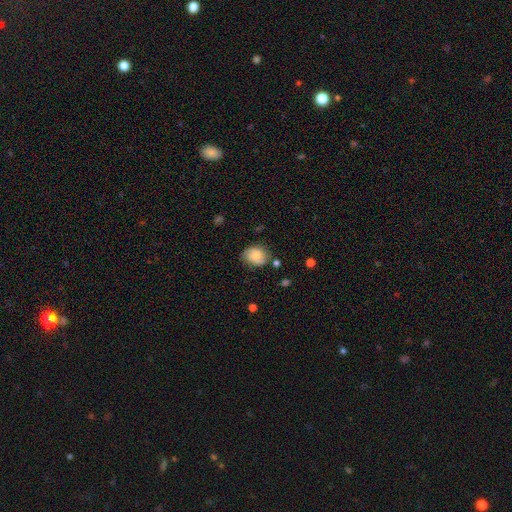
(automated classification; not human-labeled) This appears to be a smooth galaxy with no disk features (68%) that is in between round and cigar-shaped (55%). Merging: none (69%).